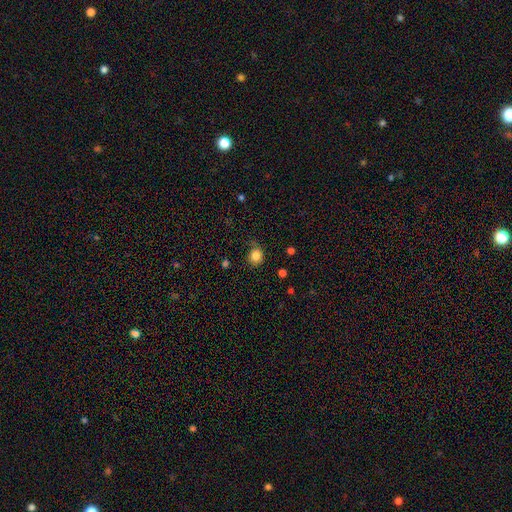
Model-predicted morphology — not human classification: Overall: smooth (84%). How rounded: round (82%). Merging: none (70%).